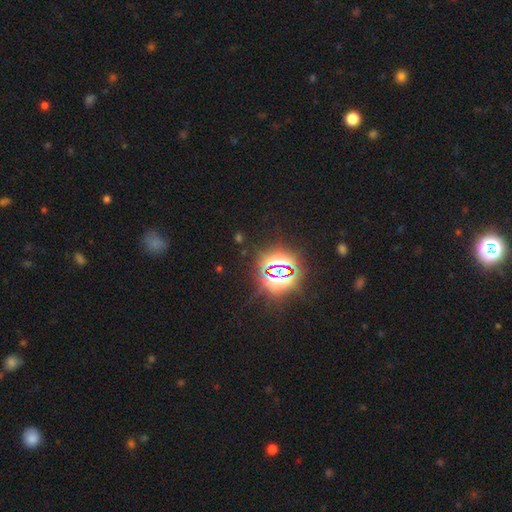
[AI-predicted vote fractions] Smooth or featured?
  - star or artifact: 82% *
  - smooth: 13%
  - featured or disk: 5%